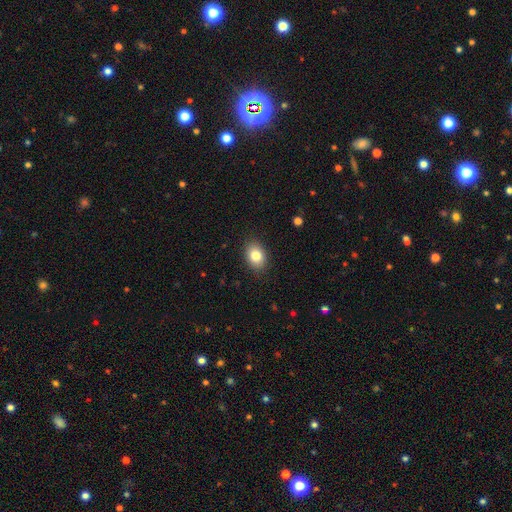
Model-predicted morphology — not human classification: This appears to be a smooth galaxy with no disk features (83%) that is in between round and cigar-shaped (71%). Merging: none (87%).